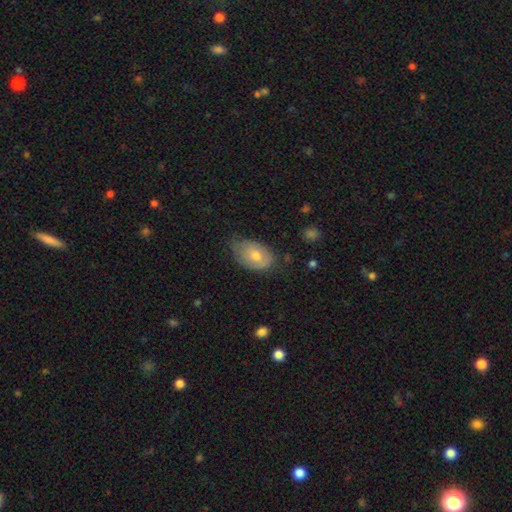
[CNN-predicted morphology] This appears to be a smooth galaxy with no disk features (63%) that is in between round and cigar-shaped (87%). Merging: none (49%).